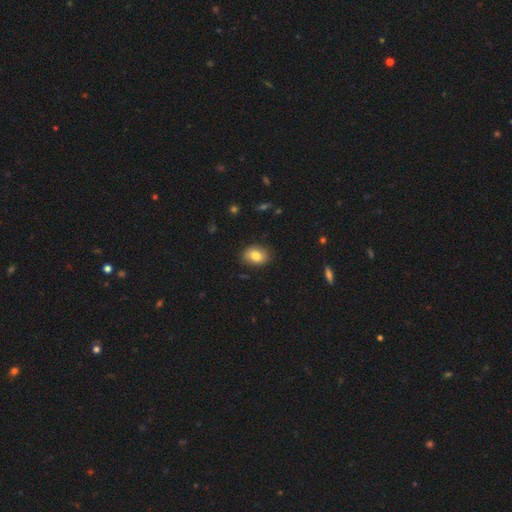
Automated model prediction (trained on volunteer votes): Smooth or featured? smooth (81%)
How rounded? in between (76%)
Merging? none (85%)